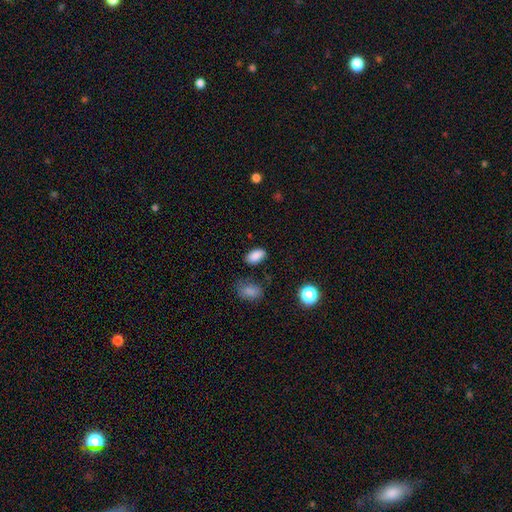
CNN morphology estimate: smooth_or_featured: smooth (p=0.86) [alt: star or artifact p=0.10]
how_rounded: in between (p=0.92) [alt: round p=0.05]
merging: none (p=0.82) [alt: minor disturbance p=0.12]